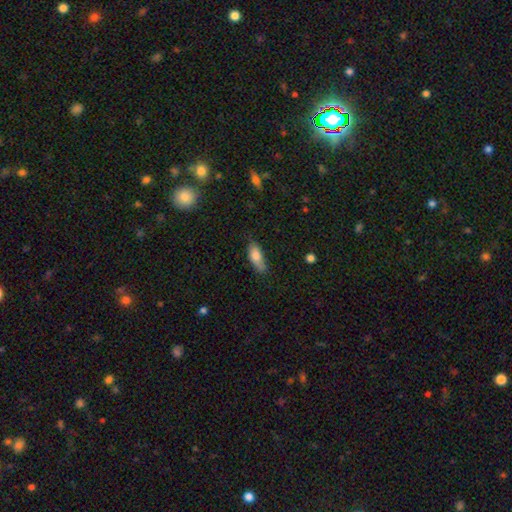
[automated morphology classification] This is likely a smooth galaxy (79%). How rounded: likely in between (73%). Merging: possibly none (60%).